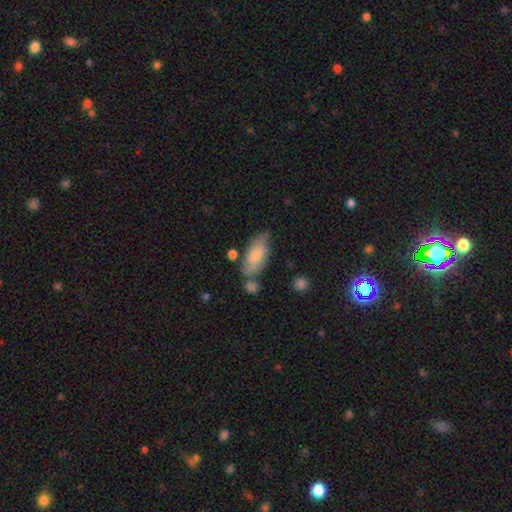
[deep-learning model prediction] Smooth or featured?
  - smooth: 66% *
  - featured or disk: 28%
  - star or artifact: 6%
How rounded?
  - in between: 87% *
  - cigar-shaped: 10%
  - round: 3%
Merging?
  - none: 57% *
  - minor disturbance: 24%
  - merger: 12%
  - major disturbance: 7%